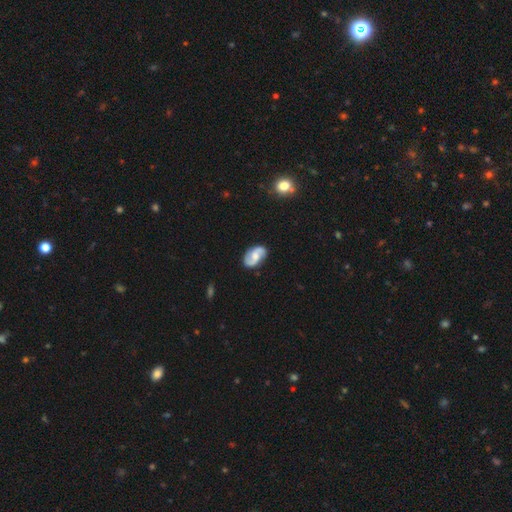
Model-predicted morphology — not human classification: The model was most divided on "bar": no: 48%, weak: 42%, strong: 10%. Remaining: edge-on disk — no (98%); spiral arms — yes (95%); spiral arm count — 2 (92%); merging — none (83%); smooth or featured — featured or disk (78%); bulge size — moderate (52%); spiral winding — medium (45%).